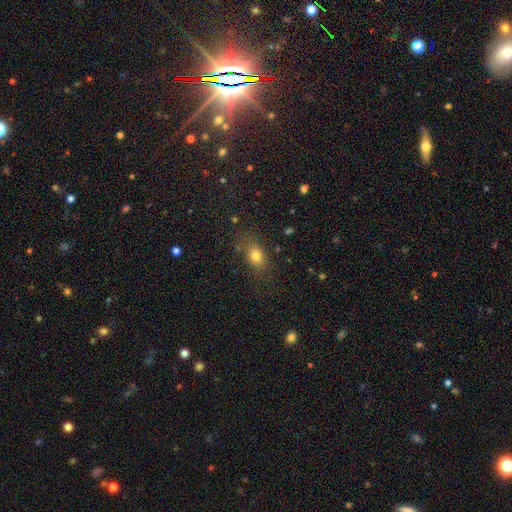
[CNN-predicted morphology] Smooth or featured? smooth (77%)
How rounded? in between (64%)
Merging? none (78%)